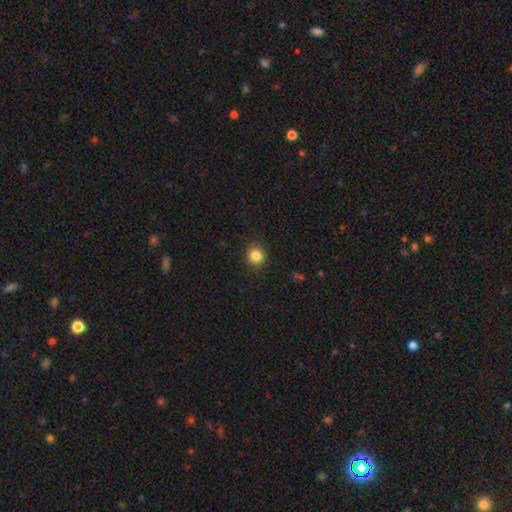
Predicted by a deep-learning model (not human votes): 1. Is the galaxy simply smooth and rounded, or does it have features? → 85% smooth, 11% star or artifact, 4% featured or disk.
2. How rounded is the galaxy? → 89% round, 10% in between, 1% cigar-shaped.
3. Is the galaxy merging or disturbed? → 90% none, 7% minor disturbance, 2% major disturbance, 1% merger.